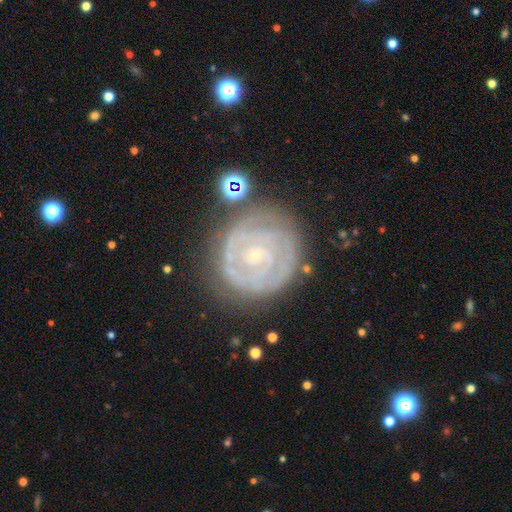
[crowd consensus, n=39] A featured or disk galaxy (92%) with no bar (67%), tight (65%) spiral arms (94%) and a small central bulge (89%). Merging: none (74%).